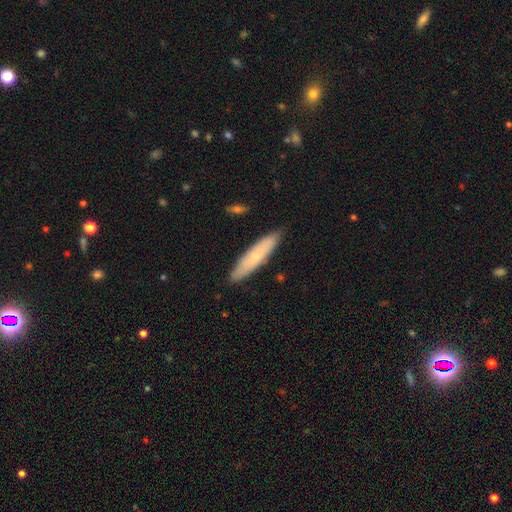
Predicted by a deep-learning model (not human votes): A smooth galaxy with no disk features (65%) that is cigar-shaped (82%).

Vote fractions:
- Smooth or featured? smooth: 65% / featured or disk: 28% / star or artifact: 6%
- How rounded? cigar-shaped: 82% / in between: 16% / round: 1%
- Merging? none: 87% / minor disturbance: 10% / major disturbance: 2% / merger: 1%